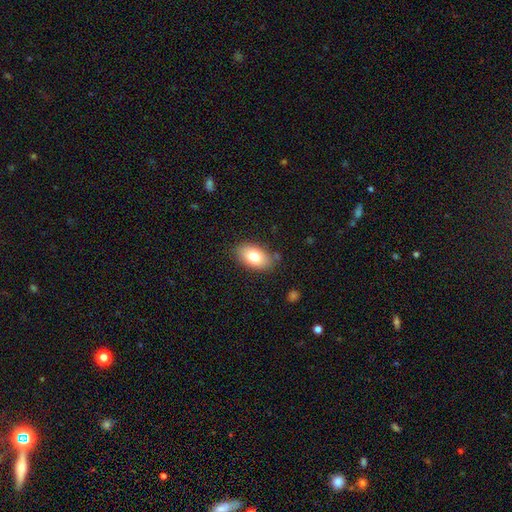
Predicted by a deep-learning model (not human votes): smooth 80%, featured or disk 13%, star or artifact 7%. Down the decision tree: how rounded — in between (92%); merging — none (81%).